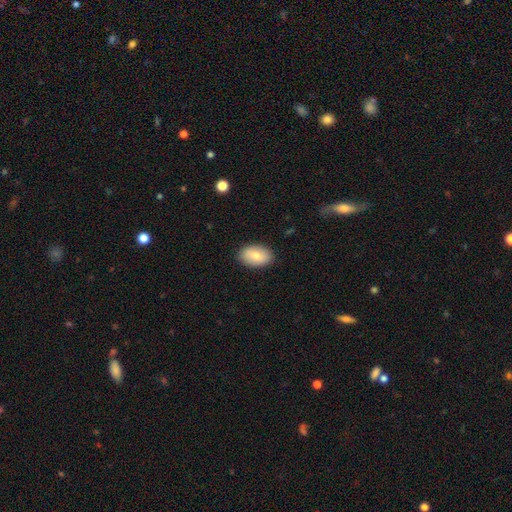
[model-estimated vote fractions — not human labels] Overall: smooth (78%). How rounded: in between (90%). Merging: none (88%).